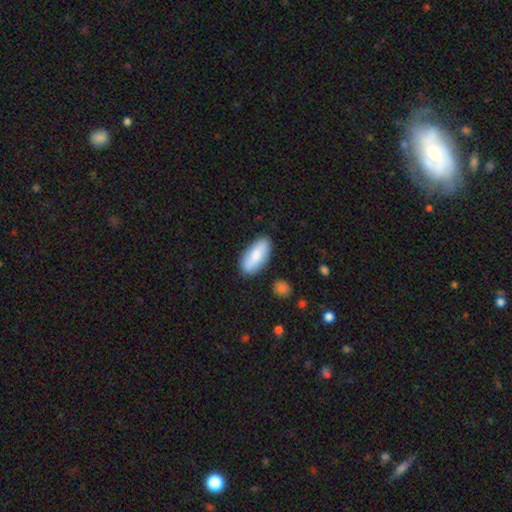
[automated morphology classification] Q: Smooth or featured?
A: smooth (78%); runner-up: featured or disk (16%)
Q: How rounded?
A: in between (86%); runner-up: cigar-shaped (12%)
Q: Merging?
A: none (82%); runner-up: minor disturbance (13%)